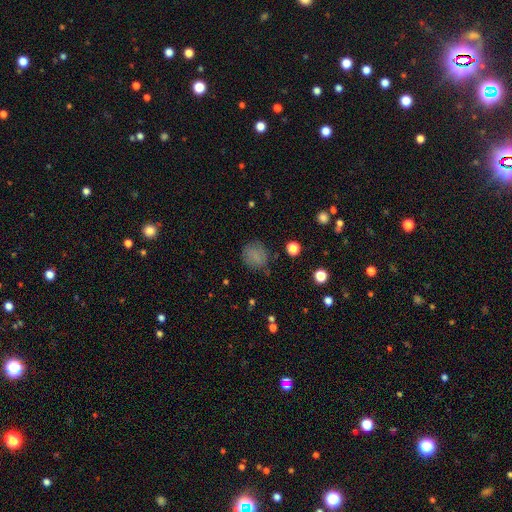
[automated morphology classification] The model was most divided on "how rounded": round: 77%, in between: 22%, cigar-shaped: 1%. More confident: smooth or featured — smooth (76%); merging — none (76%).